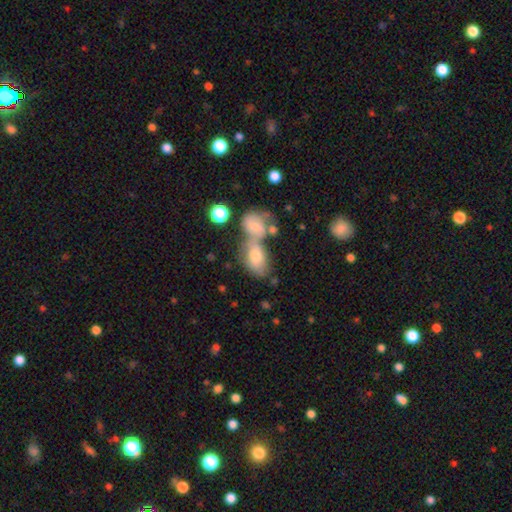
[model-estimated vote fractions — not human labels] smooth_or_featured: smooth (p=0.65) [alt: featured or disk p=0.24]
how_rounded: in between (p=0.81) [alt: round p=0.16]
merging: merger (p=0.58) [alt: none p=0.26]